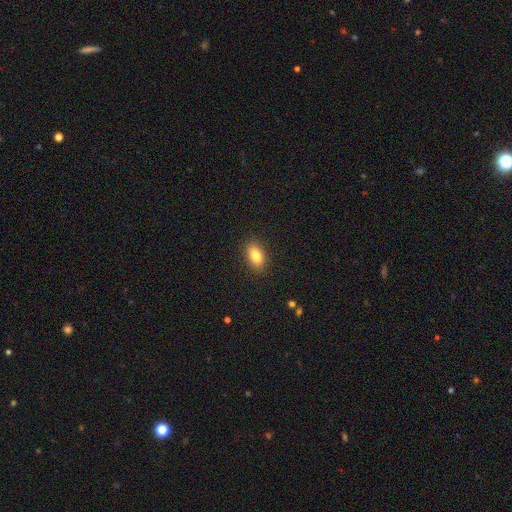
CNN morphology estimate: Q: Smooth or featured?
A: smooth (82%); runner-up: featured or disk (9%)
Q: How rounded?
A: in between (85%); runner-up: round (13%)
Q: Merging?
A: none (89%); runner-up: minor disturbance (8%)